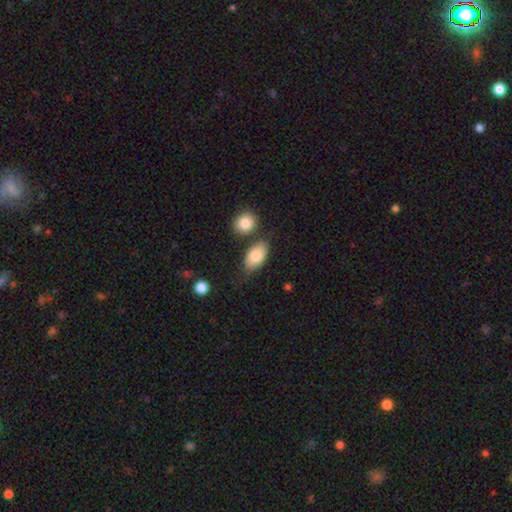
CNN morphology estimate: Smooth or featured: smooth — 83% (featured or disk — 11%)
How rounded: in between — 91% (round — 6%)
Merging: none — 64% (minor disturbance — 17%)